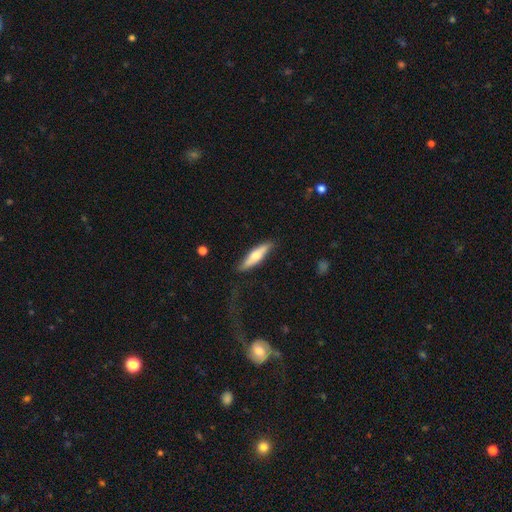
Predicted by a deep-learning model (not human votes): A smooth galaxy with no disk features (51%) that is cigar-shaped (72%).

Vote fractions:
- Smooth or featured? smooth: 51% / featured or disk: 43% / star or artifact: 5%
- How rounded? cigar-shaped: 72% / in between: 26% / round: 2%
- Merging? none: 81% / minor disturbance: 14% / major disturbance: 4% / merger: 1%